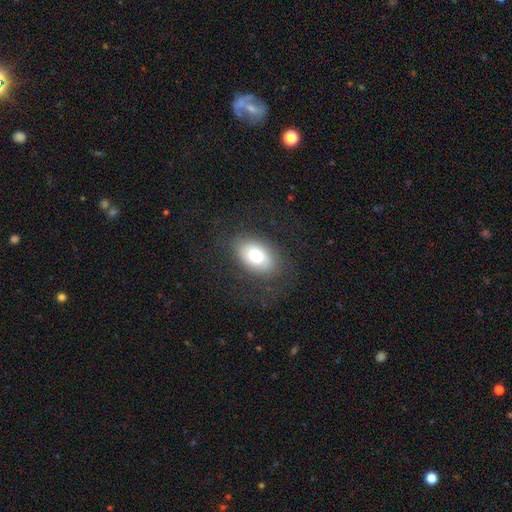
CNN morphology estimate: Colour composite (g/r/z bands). It shows a smooth galaxy with no disk features (72%) that is in between round and cigar-shaped (88%). Merging: none (78%).